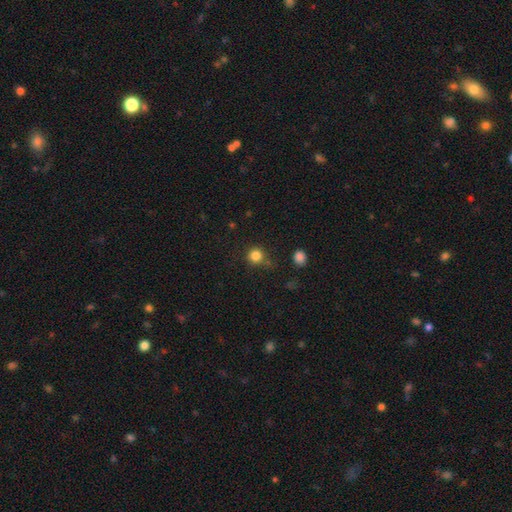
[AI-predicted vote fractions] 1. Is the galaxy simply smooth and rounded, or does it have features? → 83% smooth, 13% star or artifact, 5% featured or disk.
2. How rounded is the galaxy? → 93% round, 6% in between, 1% cigar-shaped.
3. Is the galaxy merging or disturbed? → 80% none, 11% minor disturbance, 6% merger, 4% major disturbance.